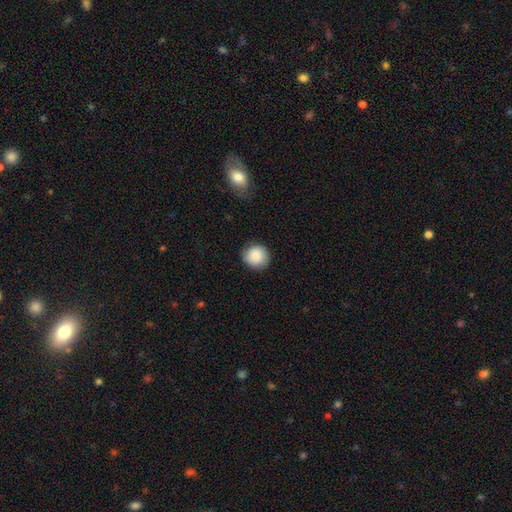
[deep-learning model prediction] smooth_or_featured: smooth (p=0.86) [alt: star or artifact p=0.07]
how_rounded: round (p=0.90) [alt: in between p=0.09]
merging: none (p=0.85) [alt: minor disturbance p=0.11]